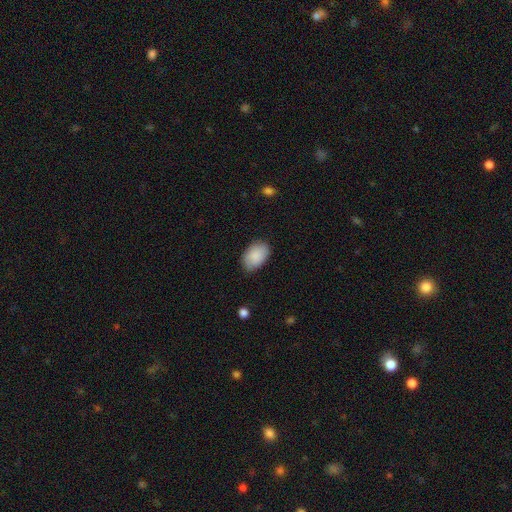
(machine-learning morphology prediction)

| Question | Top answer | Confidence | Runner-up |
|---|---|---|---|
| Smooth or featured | smooth | 89% | star or artifact (6%) |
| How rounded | in between | 89% | round (9%) |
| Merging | none | 82% | minor disturbance (14%) |